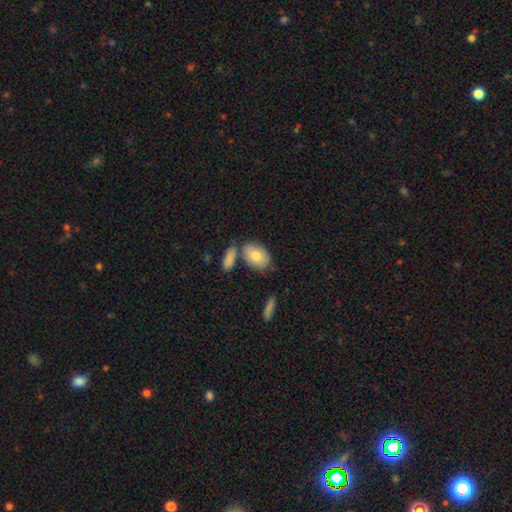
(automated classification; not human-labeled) The model was most divided on "merging": none: 64%, merger: 17%, minor disturbance: 15%, major disturbance: 4%. More confident: how rounded — in between (87%); smooth or featured — smooth (77%).